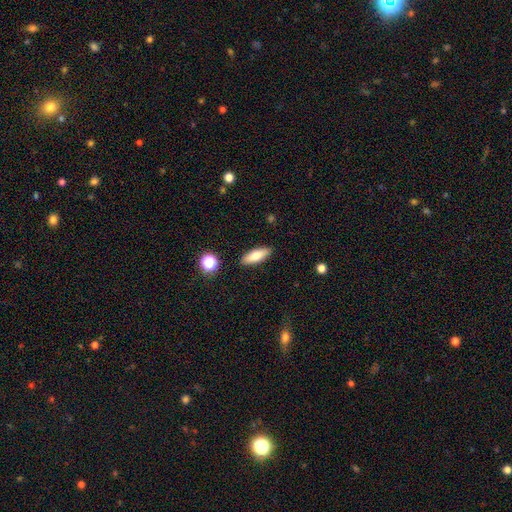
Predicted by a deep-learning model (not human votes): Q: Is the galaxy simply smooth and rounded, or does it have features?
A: smooth — 72%.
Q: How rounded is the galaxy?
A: in between — 60%.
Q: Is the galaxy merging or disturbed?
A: none — 88%.